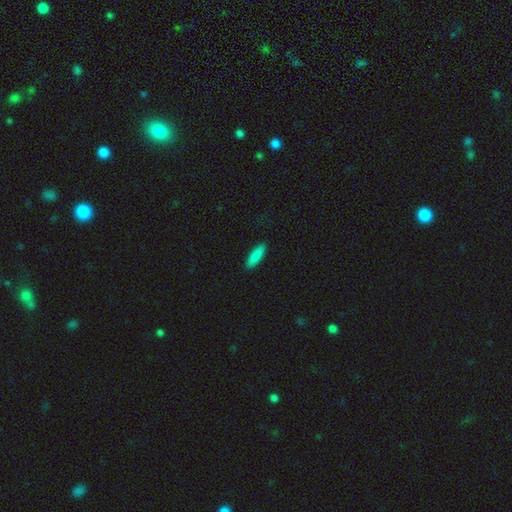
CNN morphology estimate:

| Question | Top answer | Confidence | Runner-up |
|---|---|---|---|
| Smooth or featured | smooth | 89% | star or artifact (6%) |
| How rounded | cigar-shaped | 53% | in between (45%) |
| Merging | none | 91% | minor disturbance (7%) |